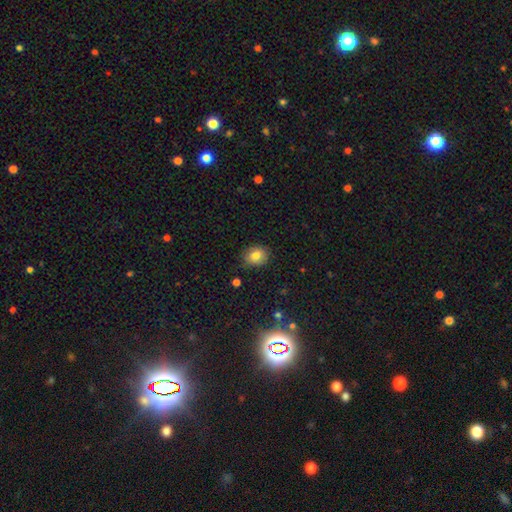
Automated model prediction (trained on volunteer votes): smooth 80%, star or artifact 10%, featured or disk 9%. Down the decision tree: how rounded — round (61%); merging — none (80%).